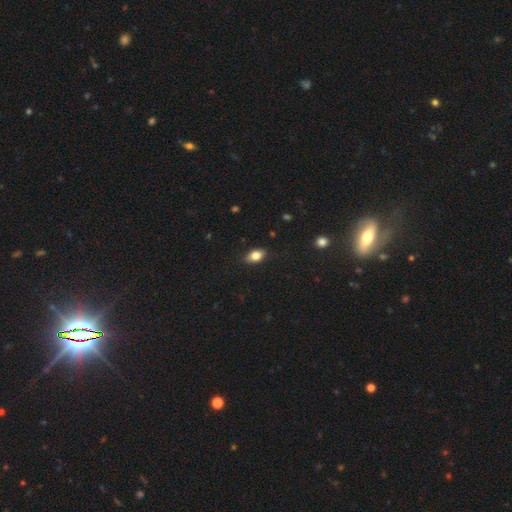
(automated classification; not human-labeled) Overall: smooth (80%). How rounded: in between (85%). Merging: none (85%).